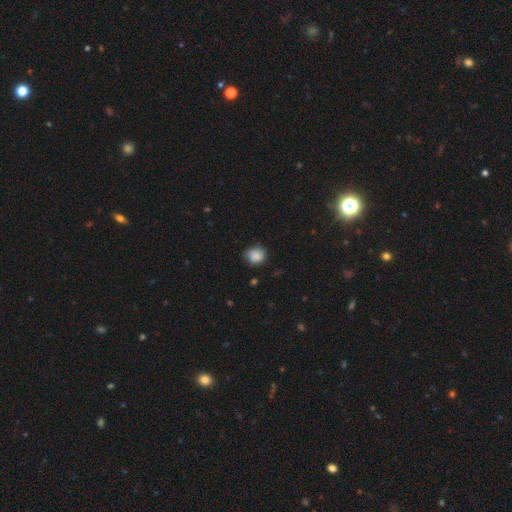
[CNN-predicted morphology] type=smooth (84%); roundness=round (73%); merging=none (66%).